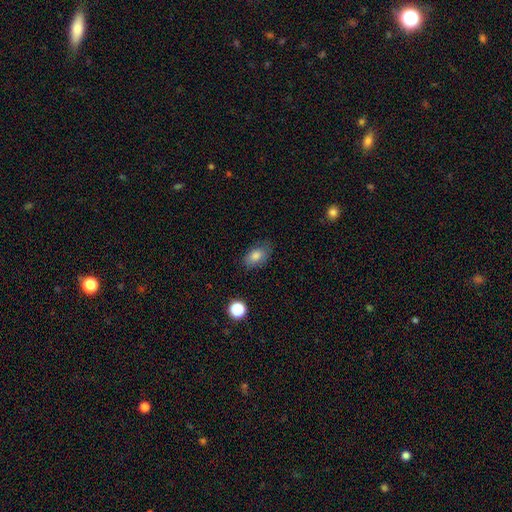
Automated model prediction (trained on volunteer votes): The model was most divided on "merging": none: 75%, minor disturbance: 19%, major disturbance: 5%, merger: 1%. More confident: how rounded — in between (85%); smooth or featured — smooth (80%).